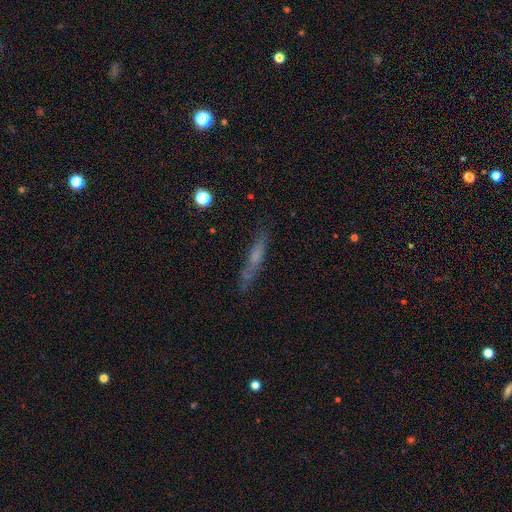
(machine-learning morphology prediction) smooth_or_featured: featured or disk (p=0.46) [alt: smooth p=0.41]
merging: none (p=0.74) [alt: minor disturbance p=0.17]